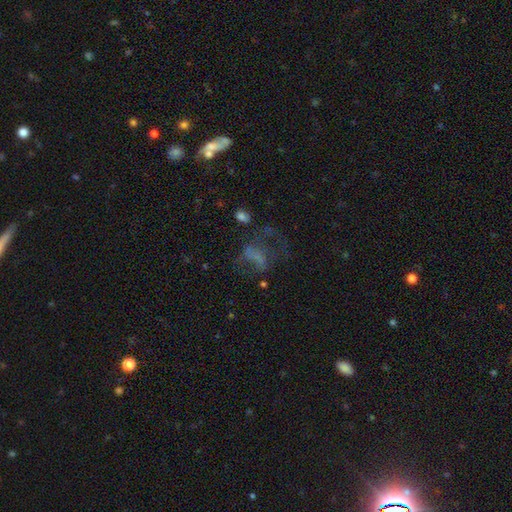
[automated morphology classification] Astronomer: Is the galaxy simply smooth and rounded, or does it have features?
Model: featured or disk — 43% (runner-up: smooth, 33%).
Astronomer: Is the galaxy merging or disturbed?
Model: major disturbance — 44% (runner-up: none, 34%).